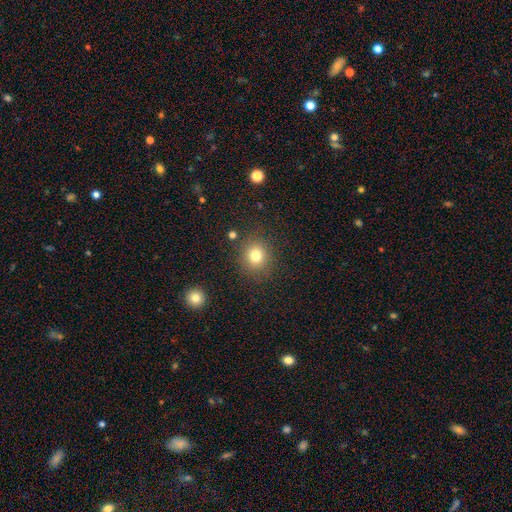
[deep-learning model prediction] The model was most divided on "how rounded": round: 82%, in between: 17%, cigar-shaped: 1%. More confident: merging — none (84%); smooth or featured — smooth (79%).